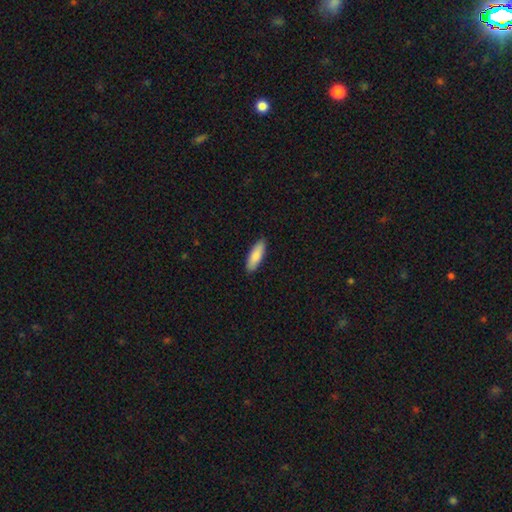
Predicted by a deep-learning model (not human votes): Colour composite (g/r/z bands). It shows a smooth galaxy with no disk features (87%) that is in between round and cigar-shaped (57%). Merging: none (90%).